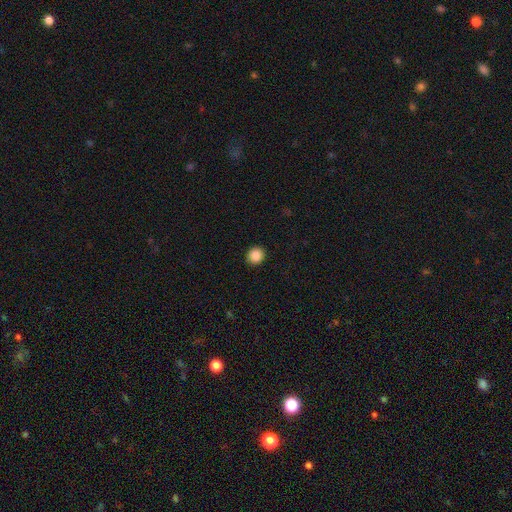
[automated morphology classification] A smooth galaxy with no disk features (87%) that is round (89%). Merging: none (92%).